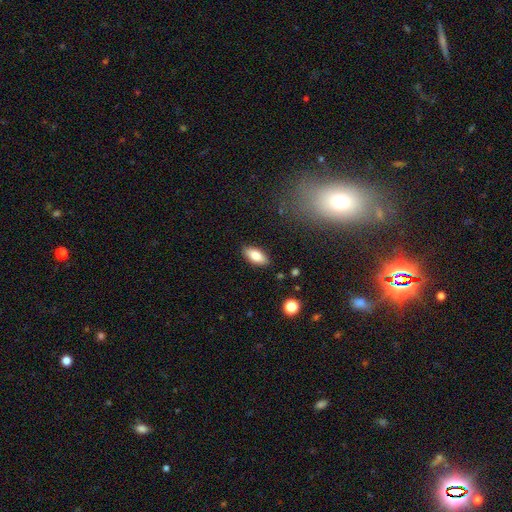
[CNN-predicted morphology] Smooth or featured? smooth (79%)
How rounded? in between (86%)
Merging? none (88%)